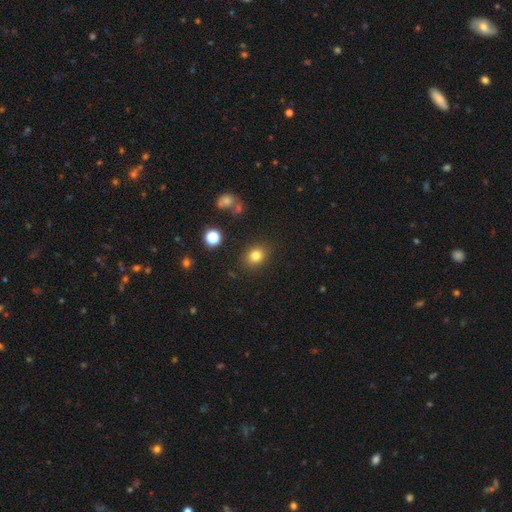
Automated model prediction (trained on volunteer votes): Q: Smooth or featured?
A: smooth (80%); runner-up: star or artifact (13%)
Q: How rounded?
A: round (61%); runner-up: in between (38%)
Q: Merging?
A: none (86%); runner-up: minor disturbance (9%)